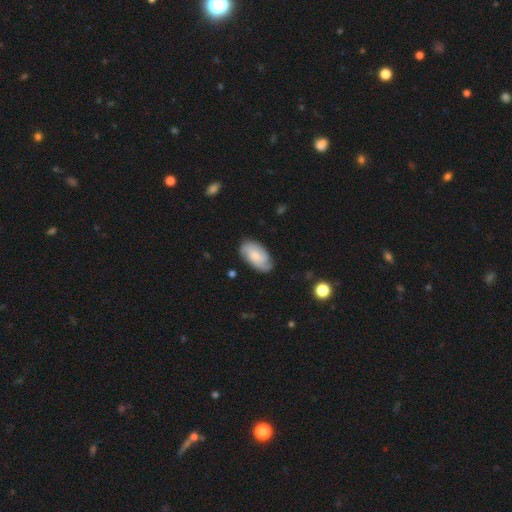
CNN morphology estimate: This appears to be a featured or disk galaxy (56%) with no bar (64%), spiral arms (92%) and a small central bulge (37%). Merging: none (76%).